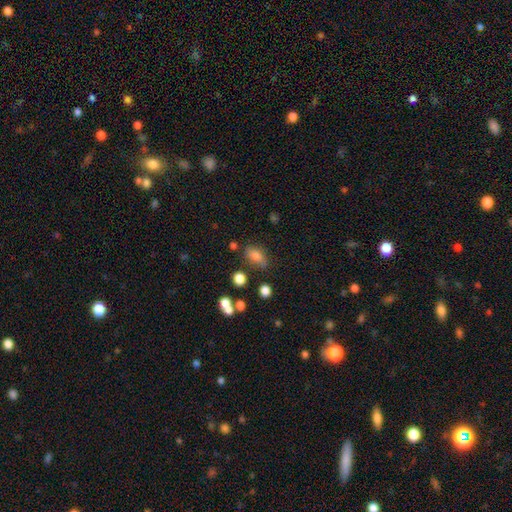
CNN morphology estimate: Smooth or featured? Predicted: smooth (p=0.77). How rounded? Predicted: in between (p=0.84). Merging? Predicted: none (p=0.66).